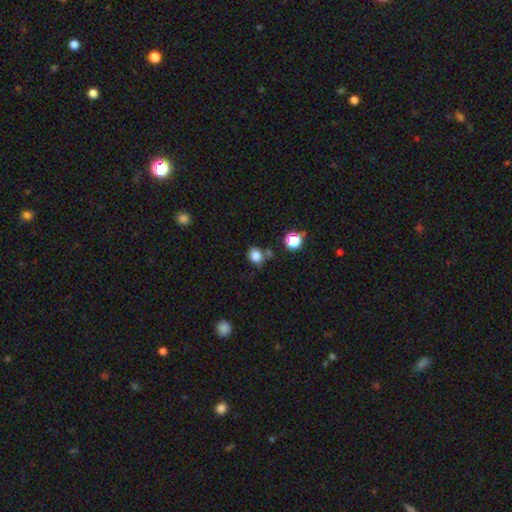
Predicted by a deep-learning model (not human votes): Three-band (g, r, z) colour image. It shows a smooth galaxy with no disk features (81%) that is round (63%). Merging: none (64%).